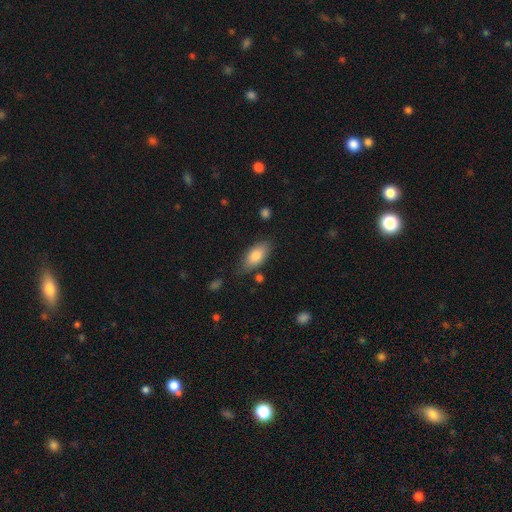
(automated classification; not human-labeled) Smooth or featured? smooth (82%)
How rounded? in between (90%)
Merging? none (75%)